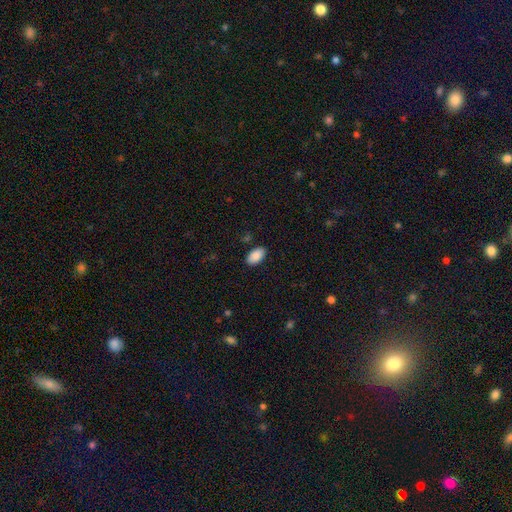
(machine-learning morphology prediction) Smooth or featured: smooth — 89% (star or artifact — 7%)
How rounded: in between — 95% (round — 3%)
Merging: none — 88% (minor disturbance — 9%)